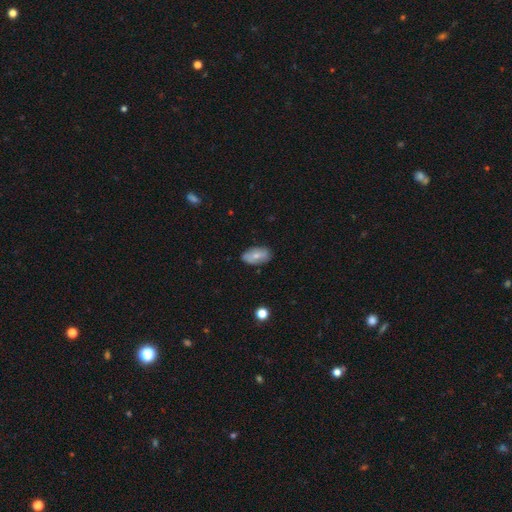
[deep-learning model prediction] Smooth or featured: smooth — 63% (featured or disk — 30%)
How rounded: in between — 92% (round — 5%)
Merging: none — 81% (minor disturbance — 15%)